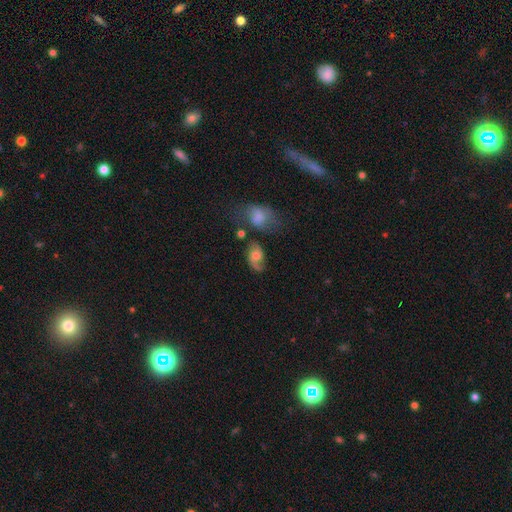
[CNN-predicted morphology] This is possibly a featured or disk galaxy (54%). It is clearly not viewed edge-on (96%). Bar: likely no (68%). Spiral arm pattern: clearly yes (85%). Central bulge: possibly moderate (48%). Merging: possibly none (48%).